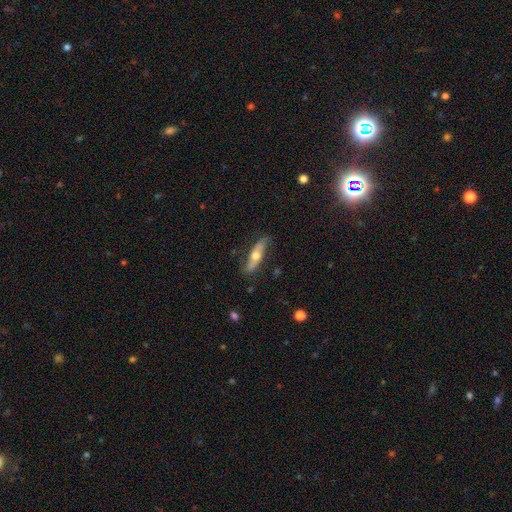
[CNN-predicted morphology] A featured or disk galaxy (54%) viewed edge-on (60%).

Vote fractions:
- Smooth or featured? featured or disk: 54% / smooth: 40% / star or artifact: 6%
- Edge-on disk? yes: 60% / no: 40%
- Merging? none: 75% / minor disturbance: 19% / major disturbance: 5% / merger: 2%